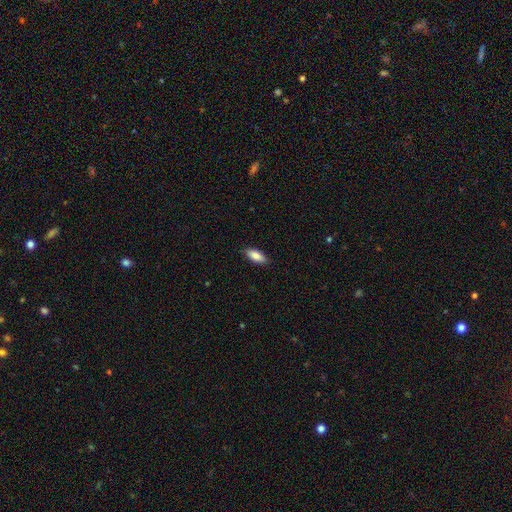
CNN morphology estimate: Q: Smooth or featured?
A: smooth (86%); runner-up: featured or disk (8%)
Q: How rounded?
A: in between (77%); runner-up: cigar-shaped (21%)
Q: Merging?
A: none (87%); runner-up: minor disturbance (10%)